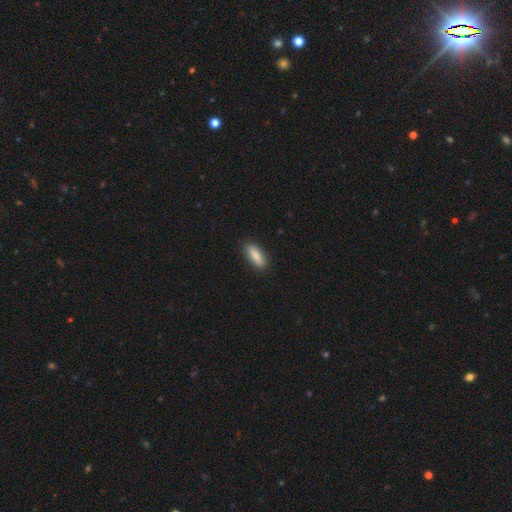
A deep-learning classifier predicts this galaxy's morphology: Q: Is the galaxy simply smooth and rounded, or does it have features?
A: smooth — 85%.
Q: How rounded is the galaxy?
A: in between — 65%.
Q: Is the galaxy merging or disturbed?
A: none — 88%.